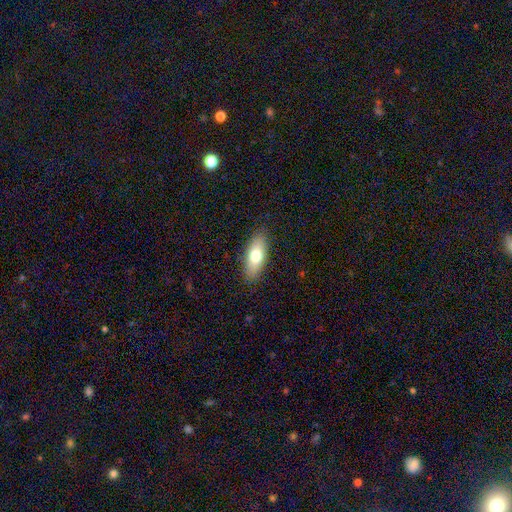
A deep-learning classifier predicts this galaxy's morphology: smooth-or-featured: smooth: 73% | featured or disk: 20% | star or artifact: 7%
  how-rounded: in between: 76% | cigar-shaped: 21% | round: 3%
  merging: none: 87% | minor disturbance: 10% | major disturbance: 2% | merger: 1%